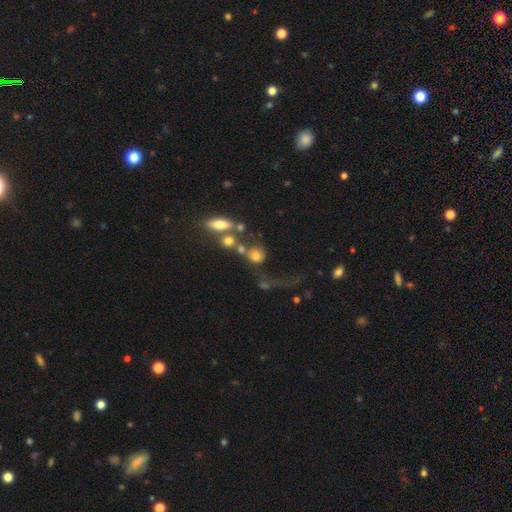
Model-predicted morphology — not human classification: A smooth galaxy with no disk features (66%) that is round (70%).

Vote fractions:
- Smooth or featured? smooth: 66% / featured or disk: 20% / star or artifact: 15%
- How rounded? round: 70% / in between: 27% / cigar-shaped: 3%
- Merging? merger: 36% / none: 27% / major disturbance: 26% / minor disturbance: 11%